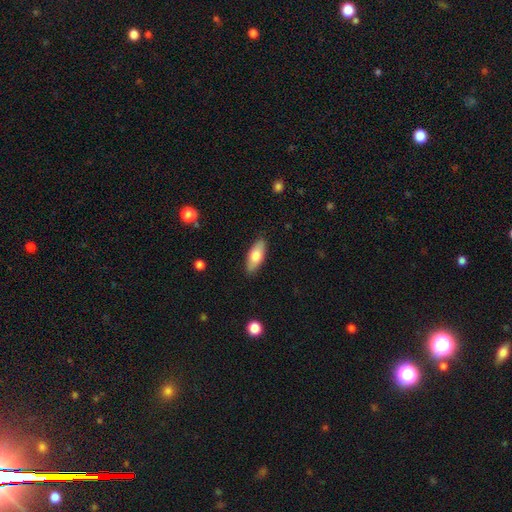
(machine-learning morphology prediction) The model was most divided on "smooth or featured": smooth: 73%, featured or disk: 21%, star or artifact: 6%. More confident: merging — none (87%); how rounded — in between (80%).